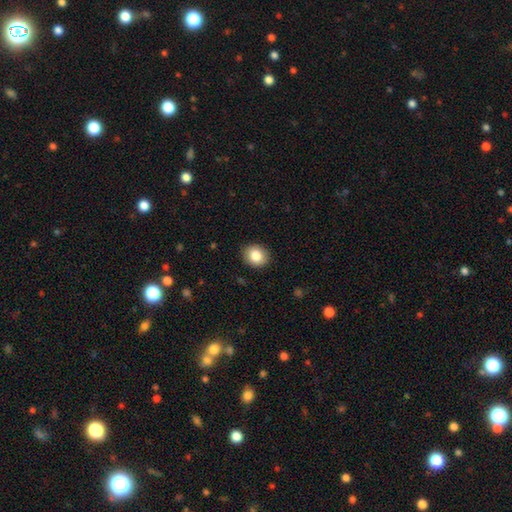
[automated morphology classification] Q: Smooth or featured?
A: smooth (84%); runner-up: star or artifact (9%)
Q: How rounded?
A: round (67%); runner-up: in between (33%)
Q: Merging?
A: none (90%); runner-up: minor disturbance (7%)